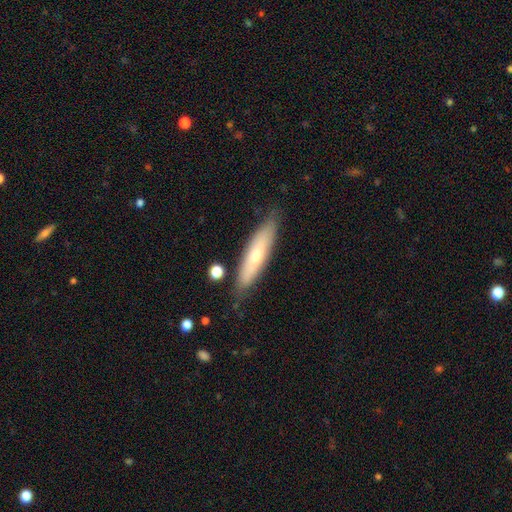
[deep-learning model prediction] Smooth or featured: smooth — 55% (featured or disk — 39%)
How rounded: cigar-shaped — 75% (in between — 24%)
Merging: none — 80% (minor disturbance — 15%)